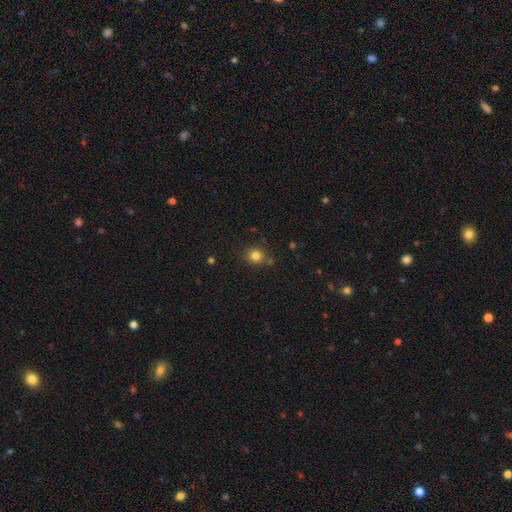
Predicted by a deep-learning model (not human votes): A smooth galaxy with no disk features (82%) that is round (84%). Merging: none (80%).